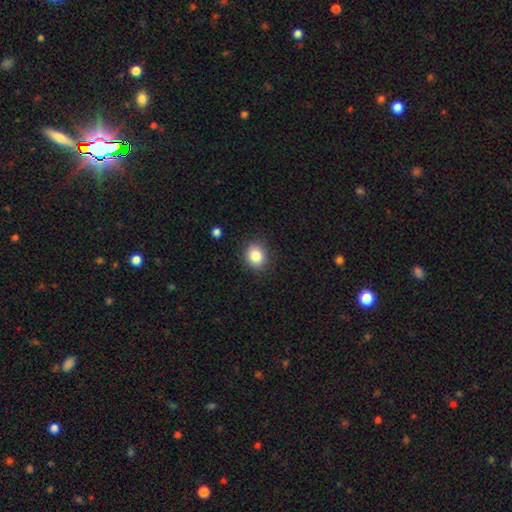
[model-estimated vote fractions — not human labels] smooth-or-featured: smooth: 84% | star or artifact: 10% | featured or disk: 6%
  how-rounded: round: 59% | in between: 41% | cigar-shaped: 1%
  merging: none: 86% | minor disturbance: 10% | major disturbance: 3% | merger: 1%